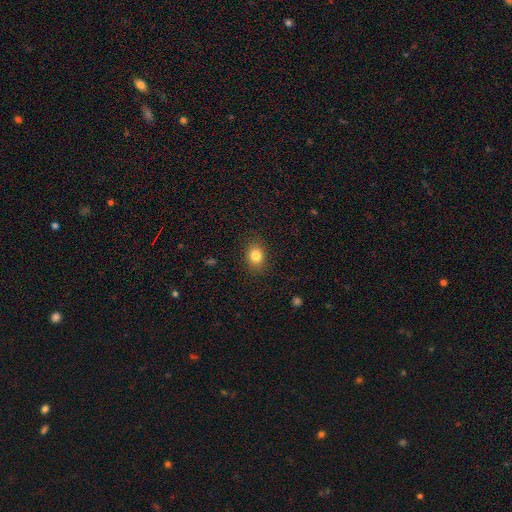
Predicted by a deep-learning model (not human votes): This is clearly a smooth galaxy (83%). How rounded: possibly in between (49%, tied with round). Merging: clearly none (87%).